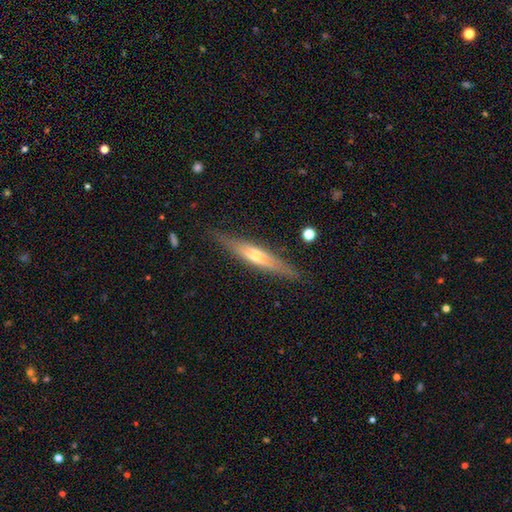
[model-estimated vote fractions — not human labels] featured or disk 65%, smooth 28%, star or artifact 7%. Down the decision tree: edge-on disk — yes (94%); edge-on bulge — rounded (73%); merging — none (85%).